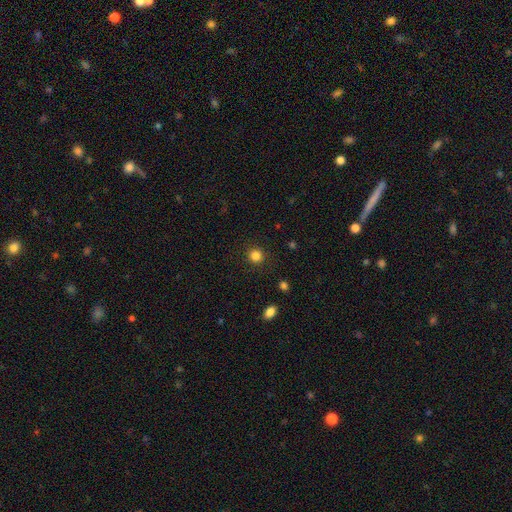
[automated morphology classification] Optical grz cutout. It shows a smooth galaxy with no disk features (84%) that is round (92%). Merging: none (90%).